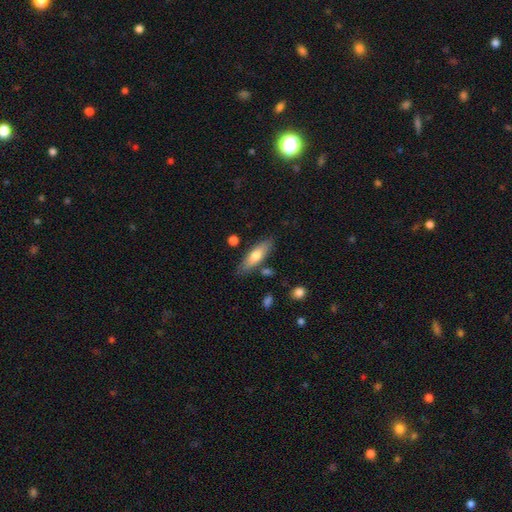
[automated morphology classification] This is likely a smooth galaxy (68%). How rounded: possibly cigar-shaped (51%). Merging: clearly none (80%).